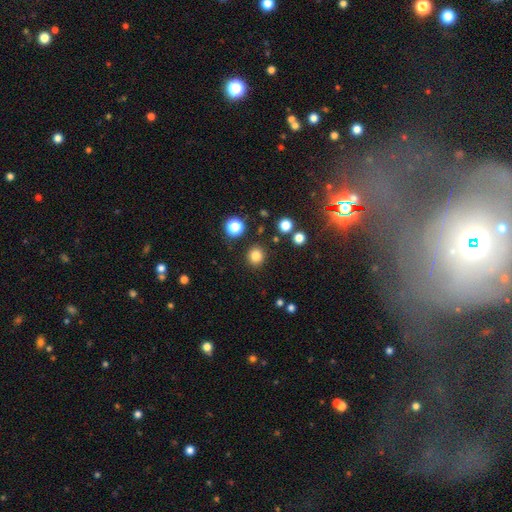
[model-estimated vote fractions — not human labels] smooth 82%, star or artifact 14%, featured or disk 4%. Down the decision tree: how rounded — round (90%); merging — none (89%).